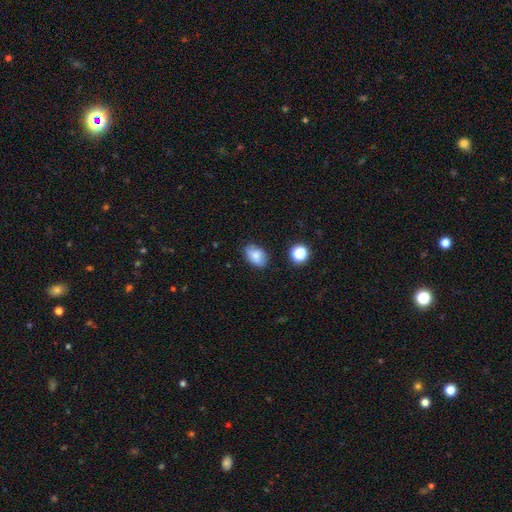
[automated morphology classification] The model was most divided on "merging": none: 71%, minor disturbance: 23%, major disturbance: 4%, merger: 2%. More confident: how rounded — in between (83%); smooth or featured — smooth (75%).